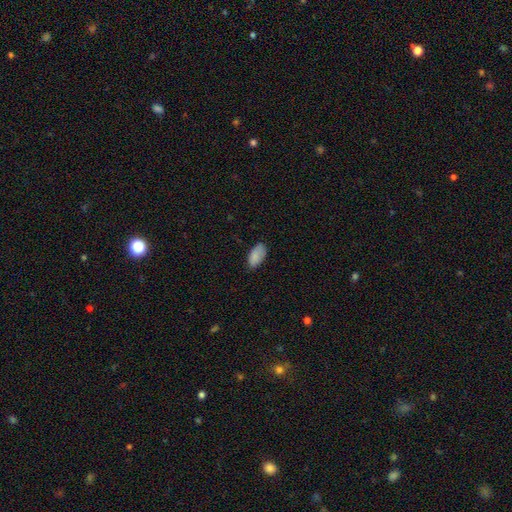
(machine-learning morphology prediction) smooth_or_featured: smooth (p=0.86) [alt: star or artifact p=0.07]
how_rounded: in between (p=0.94) [alt: round p=0.03]
merging: none (p=0.74) [alt: minor disturbance p=0.20]